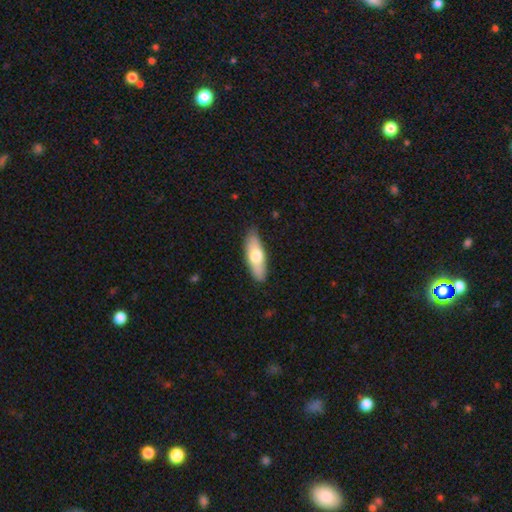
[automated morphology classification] Overall: smooth (64%; featured or disk 31%). How rounded: in between (54%; cigar-shaped 43%). Merging: none (85%).